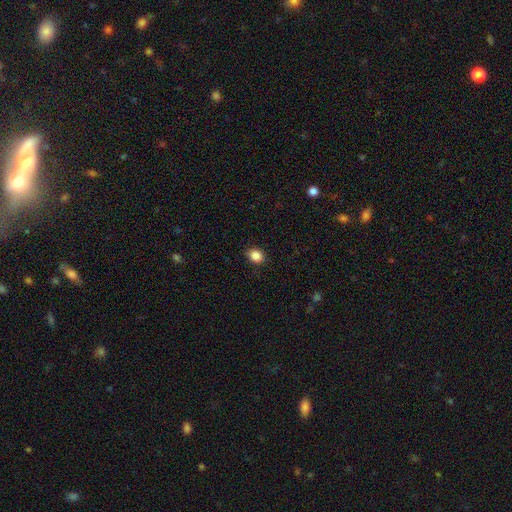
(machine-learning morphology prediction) smooth 86%, star or artifact 10%, featured or disk 4%. Down the decision tree: how rounded — in between (52%); merging — none (87%).